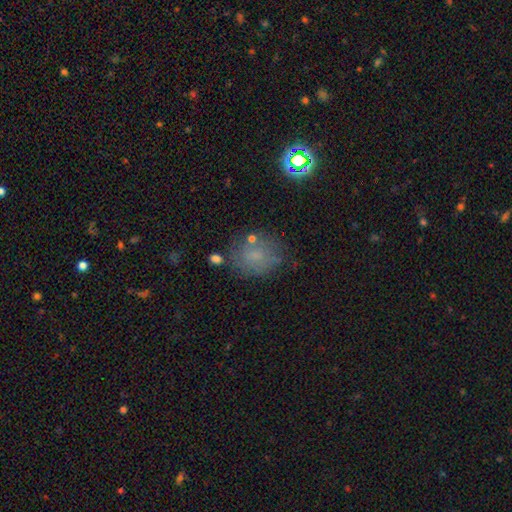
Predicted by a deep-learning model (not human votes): This is possibly a smooth galaxy (60%). How rounded: likely round (62%). Merging: likely none (65%).